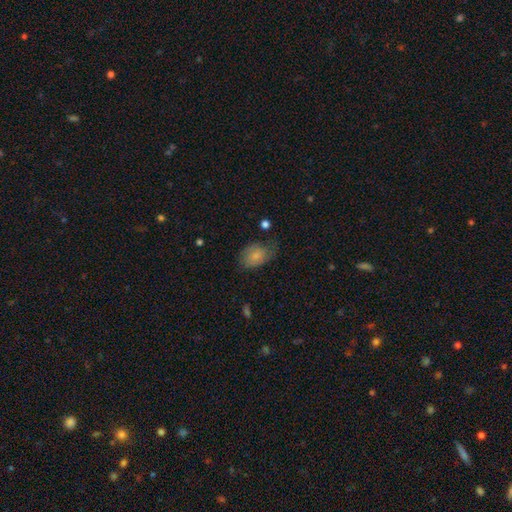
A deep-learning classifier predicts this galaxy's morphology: Smooth or featured? smooth (74%)
How rounded? in between (79%)
Merging? none (50%)